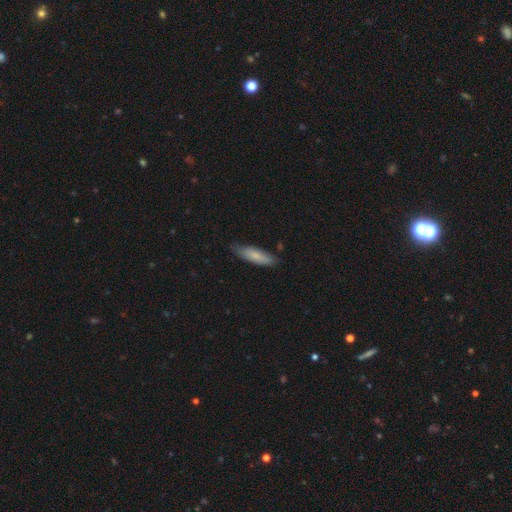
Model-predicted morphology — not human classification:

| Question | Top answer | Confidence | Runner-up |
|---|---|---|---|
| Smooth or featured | smooth | 75% | featured or disk (19%) |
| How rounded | cigar-shaped | 56% | in between (43%) |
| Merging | none | 70% | minor disturbance (24%) |